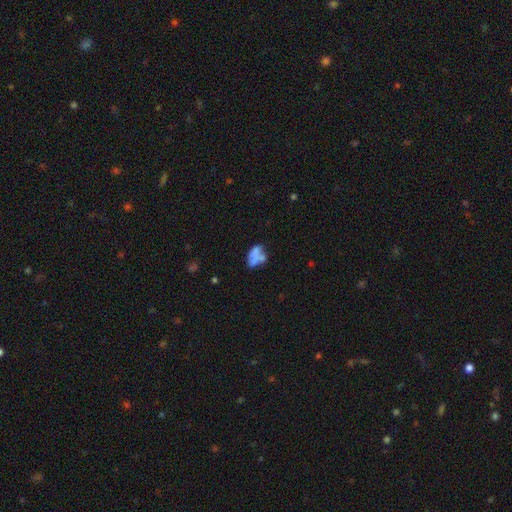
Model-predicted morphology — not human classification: The model was most divided on "merging": none: 32%, merger: 31%, major disturbance: 19%, minor disturbance: 18%. Remaining: smooth or featured — smooth (47%).